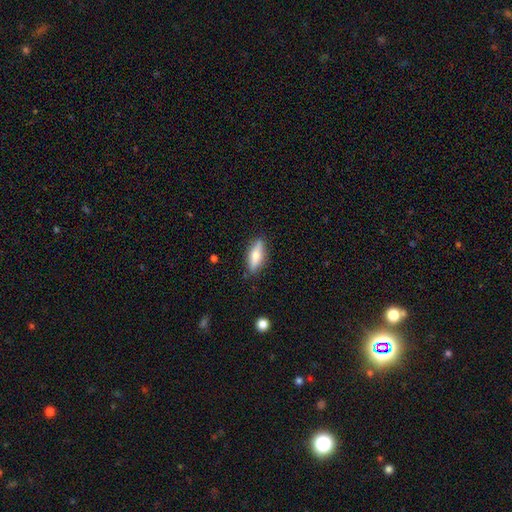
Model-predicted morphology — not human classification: Smooth or featured?
  - smooth: 63% *
  - featured or disk: 31%
  - star or artifact: 6%
How rounded?
  - in between: 52% *
  - cigar-shaped: 45%
  - round: 2%
Merging?
  - none: 83% *
  - minor disturbance: 13%
  - major disturbance: 3%
  - merger: 2%